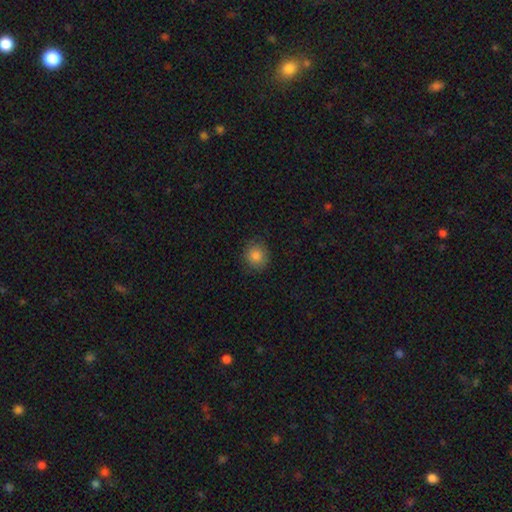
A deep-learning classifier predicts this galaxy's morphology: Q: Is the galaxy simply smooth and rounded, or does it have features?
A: smooth — 84%.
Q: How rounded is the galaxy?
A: round — 88%.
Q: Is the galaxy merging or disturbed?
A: none — 86%.